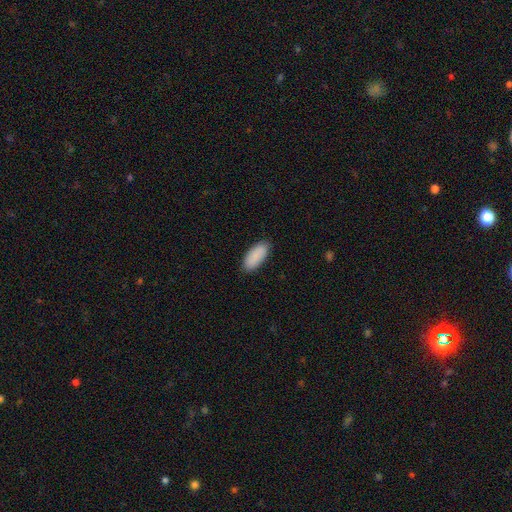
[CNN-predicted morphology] smooth 89%, star or artifact 6%, featured or disk 5%. Down the decision tree: how rounded — in between (88%); merging — none (87%).